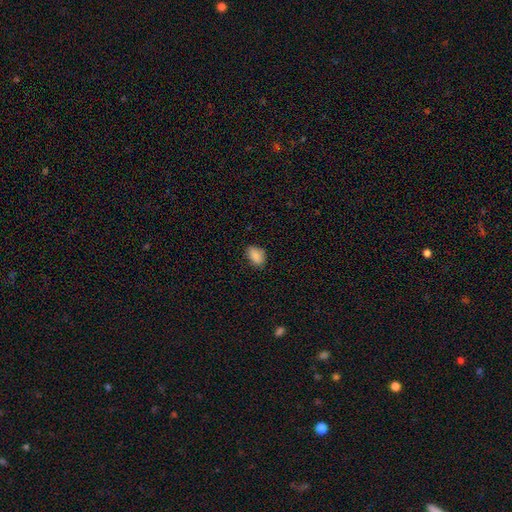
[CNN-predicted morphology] This is clearly a smooth galaxy (87%). How rounded: clearly in between (83%). Merging: likely none (77%).